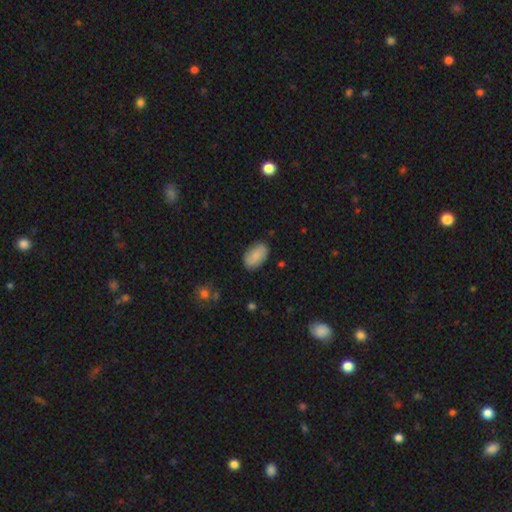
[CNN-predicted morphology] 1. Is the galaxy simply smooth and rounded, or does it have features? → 79% smooth, 15% featured or disk, 7% star or artifact.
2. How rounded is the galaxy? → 92% in between, 7% round, 2% cigar-shaped.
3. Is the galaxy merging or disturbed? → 82% none, 14% minor disturbance, 3% major disturbance, 1% merger.